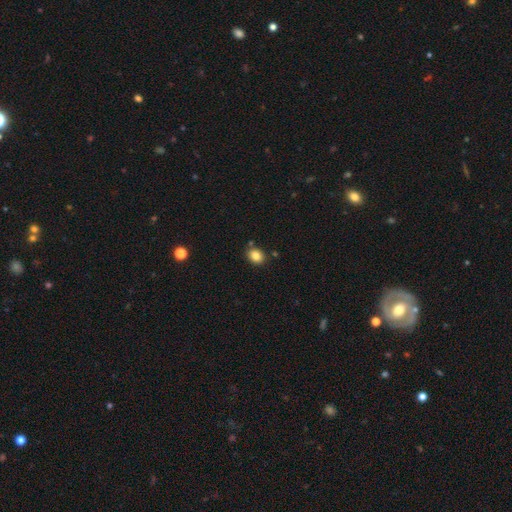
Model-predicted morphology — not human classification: A smooth galaxy with no disk features (83%) that is round (52%).

Vote fractions:
- Smooth or featured? smooth: 83% / star or artifact: 10% / featured or disk: 6%
- How rounded? round: 52% / in between: 47% / cigar-shaped: 1%
- Merging? none: 82% / minor disturbance: 10% / merger: 5% / major disturbance: 2%